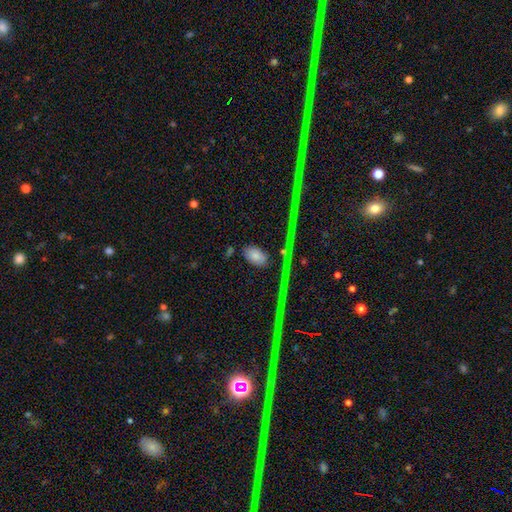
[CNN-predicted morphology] The model was most divided on "merging": none: 71%, minor disturbance: 17%, major disturbance: 6%, merger: 5%. More confident: how rounded — in between (90%); smooth or featured — smooth (78%).